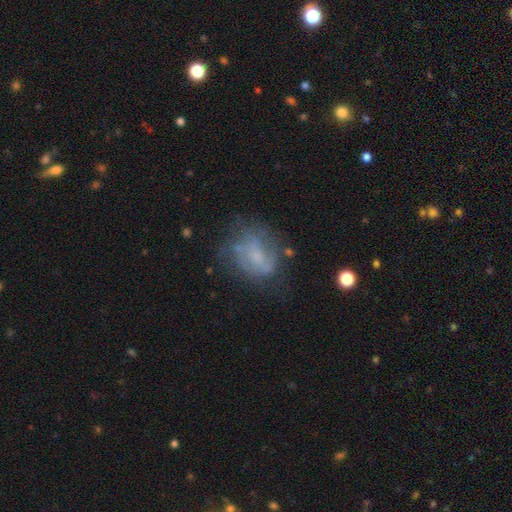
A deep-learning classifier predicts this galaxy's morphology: This appears to be a featured or disk galaxy (45%). Merging: none (55%).